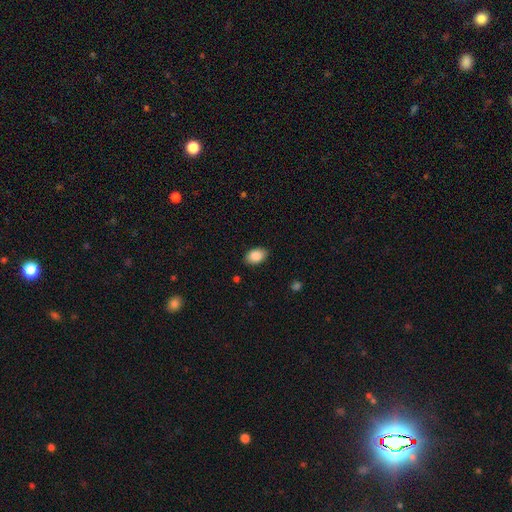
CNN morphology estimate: This appears to be a smooth galaxy with no disk features (86%) that is in between round and cigar-shaped (89%). Merging: none (87%).